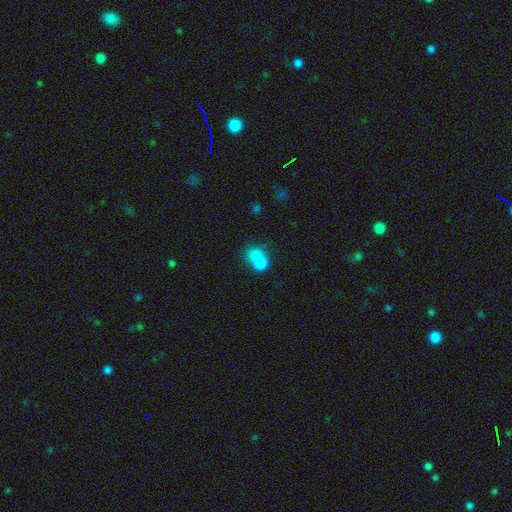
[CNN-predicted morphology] Smooth or featured? Predicted: smooth (p=0.73). How rounded? Predicted: round (p=0.68). Merging? Predicted: merger (p=0.67).